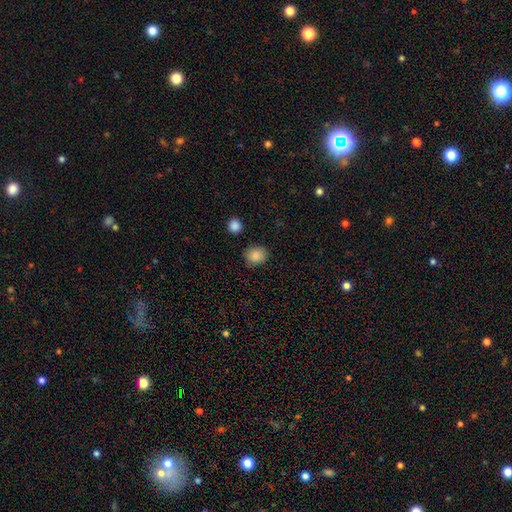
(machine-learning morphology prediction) A smooth galaxy with no disk features (87%) that is round (62%).

Vote fractions:
- Smooth or featured? smooth: 87% / star or artifact: 9% / featured or disk: 4%
- How rounded? round: 62% / in between: 37% / cigar-shaped: 1%
- Merging? none: 81% / minor disturbance: 13% / major disturbance: 3% / merger: 3%